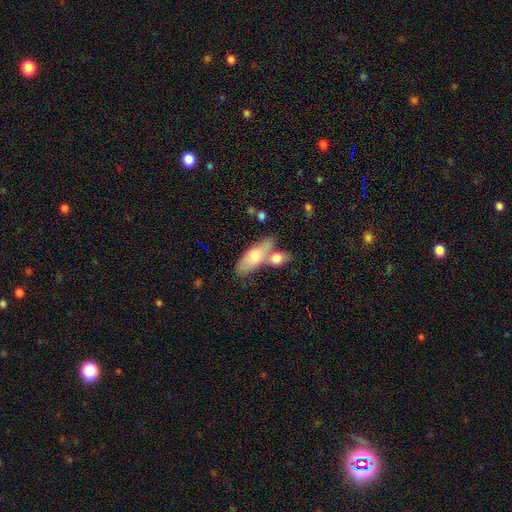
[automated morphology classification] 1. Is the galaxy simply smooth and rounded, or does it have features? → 66% smooth, 28% featured or disk, 6% star or artifact.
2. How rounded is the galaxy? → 67% in between, 30% cigar-shaped, 4% round.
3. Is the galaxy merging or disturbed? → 44% none, 40% merger, 12% minor disturbance, 5% major disturbance.